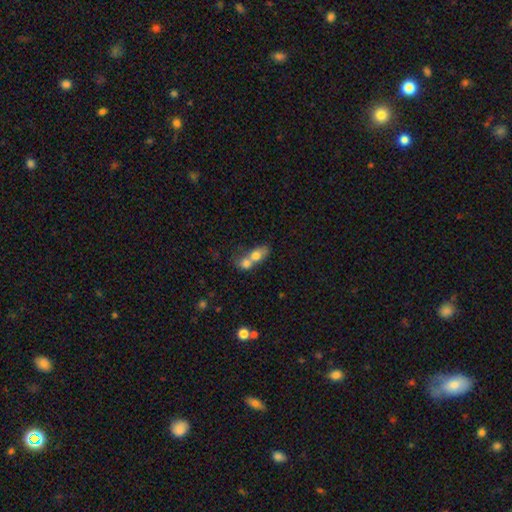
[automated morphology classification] Smooth or featured: smooth — 71% (featured or disk — 20%)
How rounded: in between — 63% (round — 32%)
Merging: merger — 77% (none — 13%)